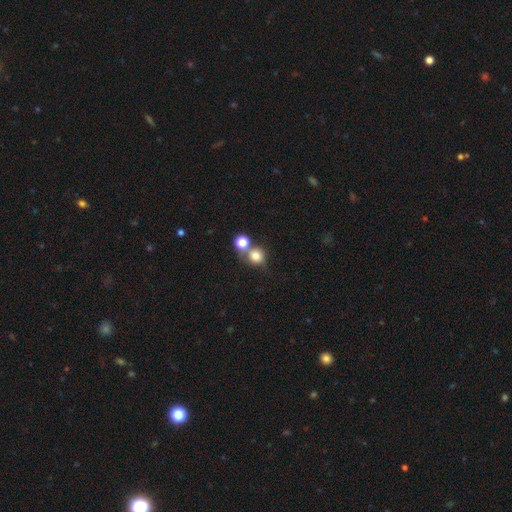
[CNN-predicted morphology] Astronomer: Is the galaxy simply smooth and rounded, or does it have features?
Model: smooth — 79%.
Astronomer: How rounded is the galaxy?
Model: round — 86%.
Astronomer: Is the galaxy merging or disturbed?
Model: none — 45% (runner-up: merger, 44%).